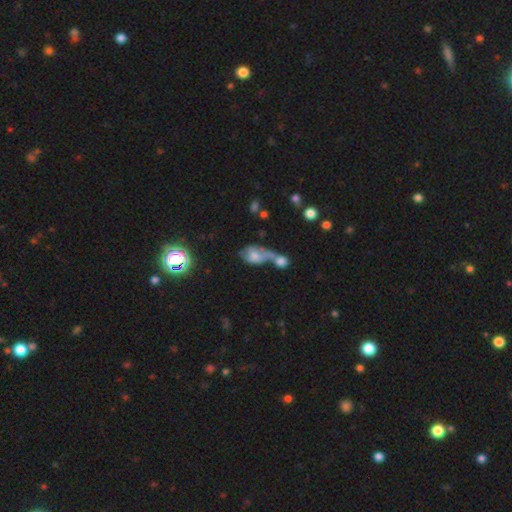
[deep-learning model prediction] Smooth or featured? smooth (57%)
How rounded? in between (73%)
Merging? merger (62%)